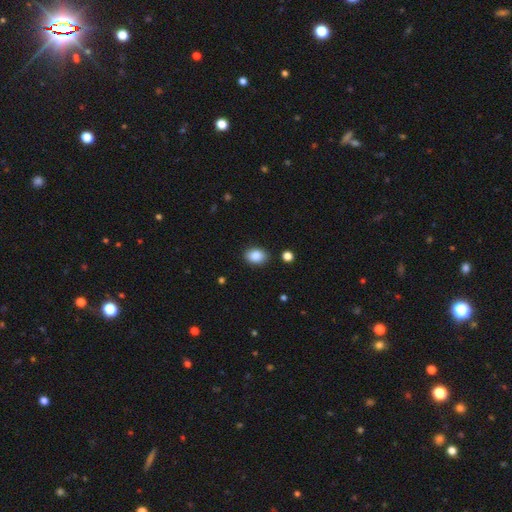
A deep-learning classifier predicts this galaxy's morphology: This appears to be a smooth galaxy with no disk features (87%) that is in between round and cigar-shaped (74%). Merging: none (86%).